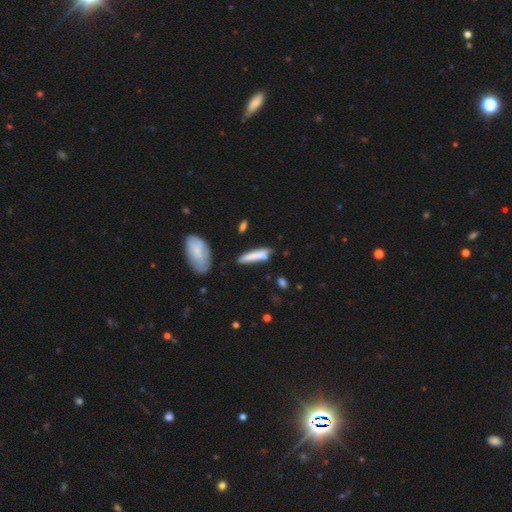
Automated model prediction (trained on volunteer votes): A smooth galaxy with no disk features (74%) that is cigar-shaped (84%).

Vote fractions:
- Smooth or featured? smooth: 74% / featured or disk: 20% / star or artifact: 6%
- How rounded? cigar-shaped: 84% / in between: 14% / round: 2%
- Merging? none: 66% / minor disturbance: 21% / merger: 7% / major disturbance: 6%